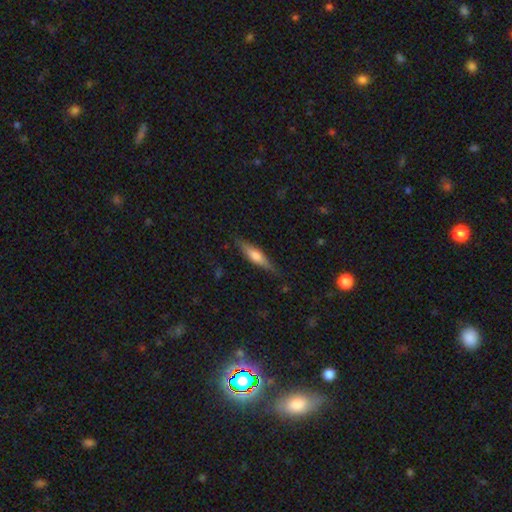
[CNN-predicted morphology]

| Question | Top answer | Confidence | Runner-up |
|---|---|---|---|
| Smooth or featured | smooth | 50% | featured or disk (43%) |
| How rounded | cigar-shaped | 75% | in between (23%) |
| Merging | none | 83% | minor disturbance (13%) |